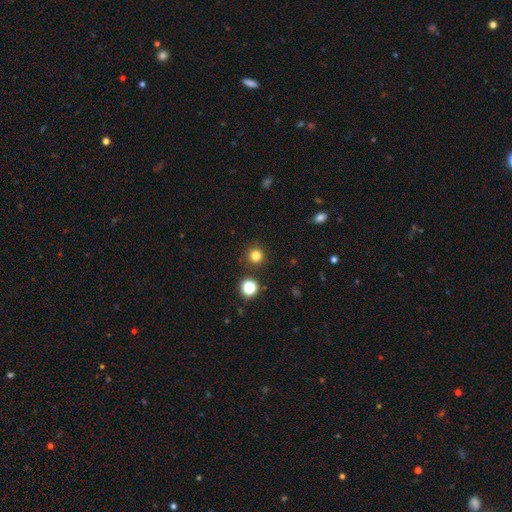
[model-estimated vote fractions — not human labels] Overall: smooth (80%). How rounded: round (95%). Merging: none (89%).